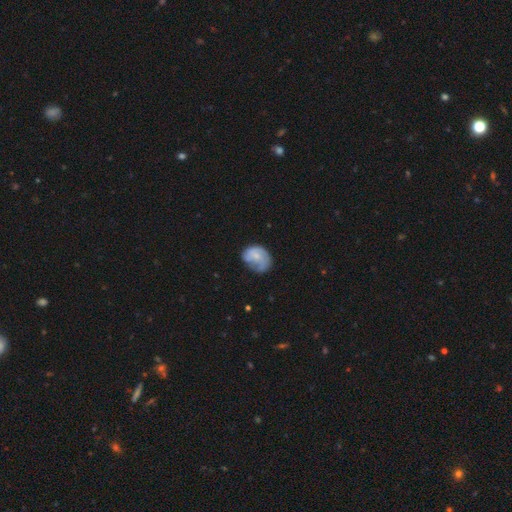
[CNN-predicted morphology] This is possibly a smooth galaxy (53%). How rounded: possibly in between (55%). Merging: marginally none (44%).